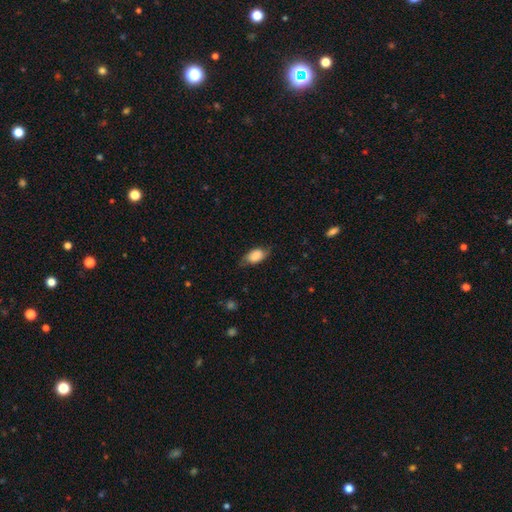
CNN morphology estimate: Overall: smooth (84%). How rounded: in between (89%). Merging: none (69%).